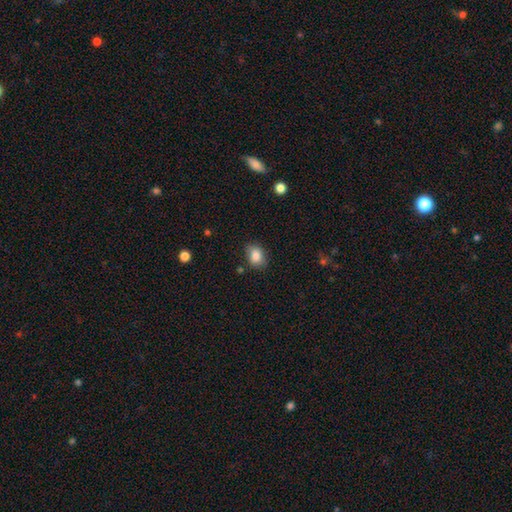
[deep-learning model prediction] A smooth galaxy with no disk features (84%) that is in between round and cigar-shaped (66%).

Vote fractions:
- Smooth or featured? smooth: 84% / star or artifact: 9% / featured or disk: 7%
- How rounded? in between: 66% / round: 33% / cigar-shaped: 1%
- Merging? none: 75% / minor disturbance: 19% / major disturbance: 4% / merger: 3%